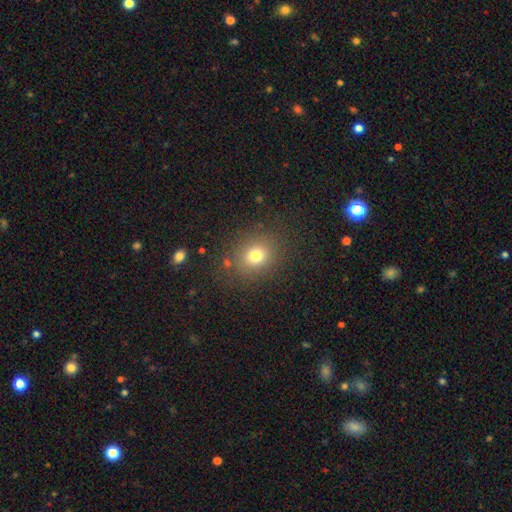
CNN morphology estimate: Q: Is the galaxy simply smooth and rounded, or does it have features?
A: smooth — 75%.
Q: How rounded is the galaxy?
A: round — 69%.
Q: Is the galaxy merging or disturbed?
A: none — 84%.